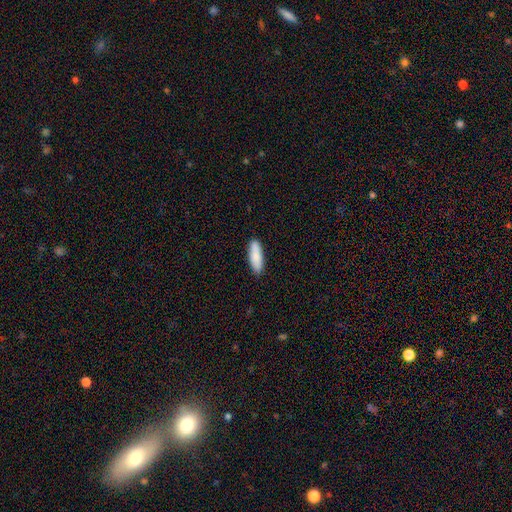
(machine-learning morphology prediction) Smooth or featured: smooth — 87% (featured or disk — 7%)
How rounded: in between — 52% (cigar-shaped — 46%)
Merging: none — 88% (minor disturbance — 9%)